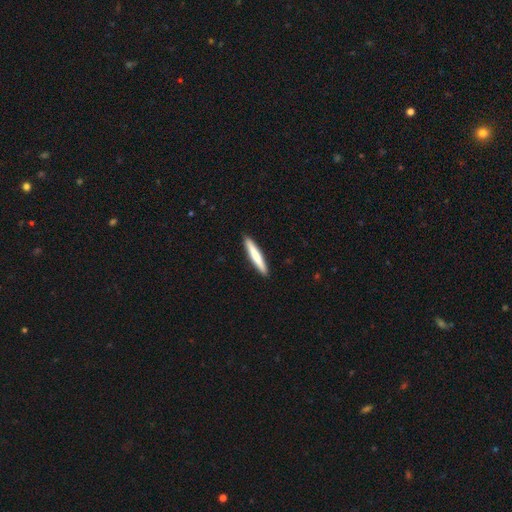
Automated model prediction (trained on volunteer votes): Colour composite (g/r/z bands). It shows a smooth galaxy with no disk features (71%) that is cigar-shaped (95%). Merging: none (92%).